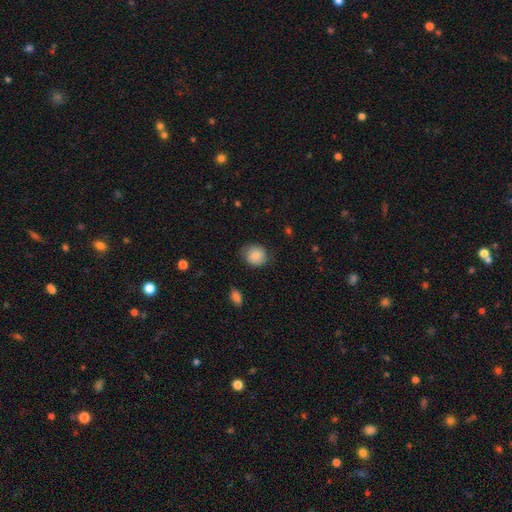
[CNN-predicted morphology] smooth_or_featured: smooth (p=0.82) [alt: featured or disk p=0.10]
how_rounded: round (p=0.78) [alt: in between p=0.21]
merging: none (p=0.76) [alt: minor disturbance p=0.19]